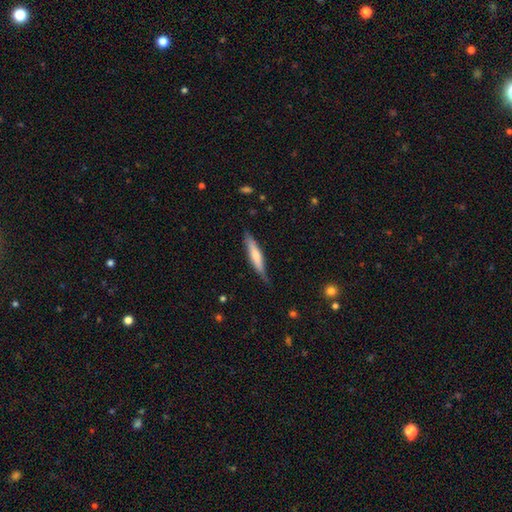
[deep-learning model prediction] smooth-or-featured: smooth: 59% | featured or disk: 36% | star or artifact: 5%
  how-rounded: cigar-shaped: 87% | in between: 12% | round: 1%
  merging: none: 76% | minor disturbance: 19% | major disturbance: 3% | merger: 1%